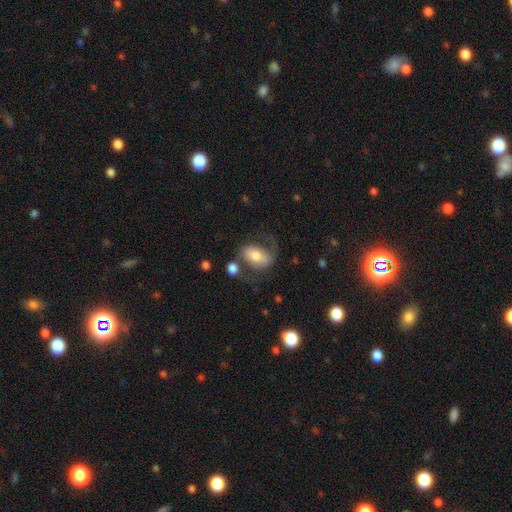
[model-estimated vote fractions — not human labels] A featured or disk galaxy (57%) with a weak bar (37%, tied with no), spiral arms (81%) and a moderate central bulge (64%).

Vote fractions:
- Smooth or featured? featured or disk: 57% / smooth: 35% / star or artifact: 7%
- Edge-on disk? no: 96% / yes: 4%
- Bar? weak: 37% (tied) / no: 37% (tied) / strong: 26%
- Spiral arms? yes: 81% / no: 19%
- Bulge size? moderate: 64% / large: 16% / small: 16% / dominant: 2% / none: 2%
- Merging? none: 50% / major disturbance: 20% / minor disturbance: 19% / merger: 11%